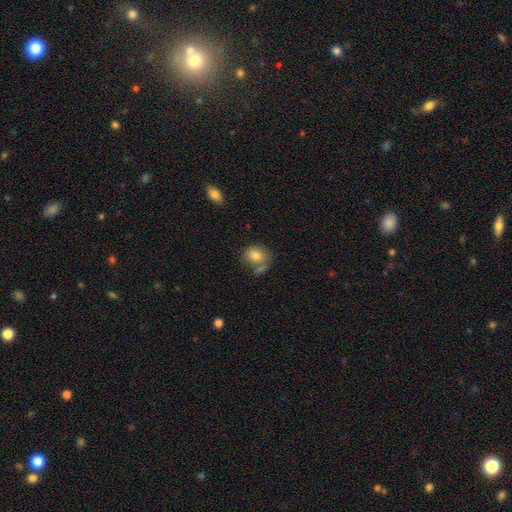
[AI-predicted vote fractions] The model was most divided on "how rounded": round: 56%, in between: 43%, cigar-shaped: 1%. More confident: smooth or featured — smooth (78%); merging — none (53%).